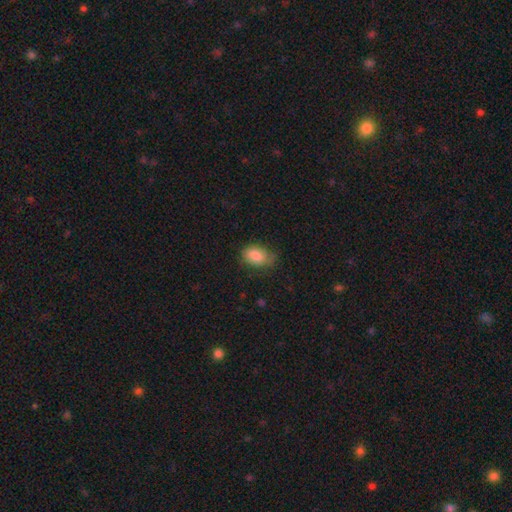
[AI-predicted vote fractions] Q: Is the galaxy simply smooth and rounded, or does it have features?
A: smooth — 83%.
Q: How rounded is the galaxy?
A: in between — 86%.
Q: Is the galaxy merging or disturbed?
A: none — 64%.